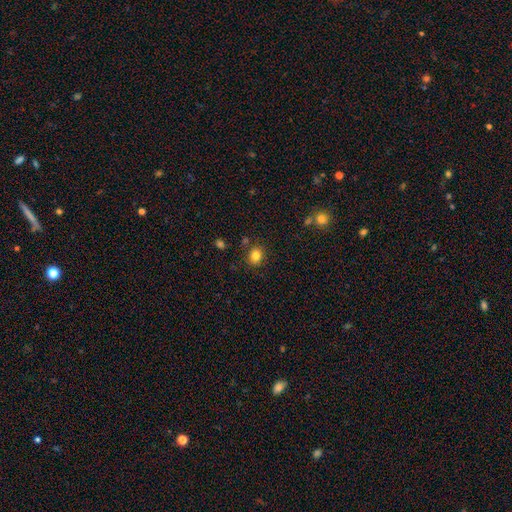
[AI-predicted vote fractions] Smooth or featured? smooth (82%)
How rounded? round (69%)
Merging? none (84%)